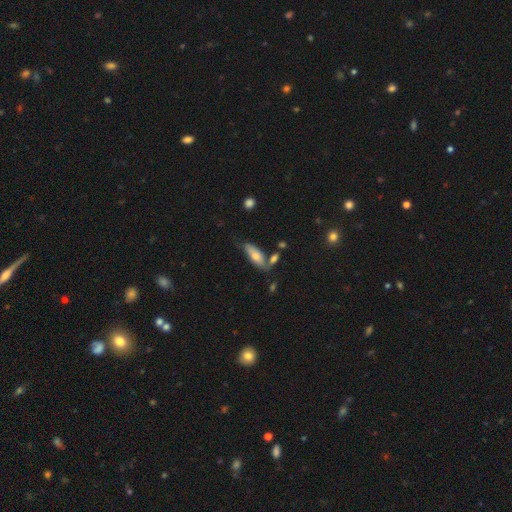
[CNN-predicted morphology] smooth-or-featured: smooth: 66% | featured or disk: 28% | star or artifact: 7%
  how-rounded: in between: 70% | cigar-shaped: 28% | round: 2%
  merging: none: 53% | minor disturbance: 24% | merger: 15% | major disturbance: 8%